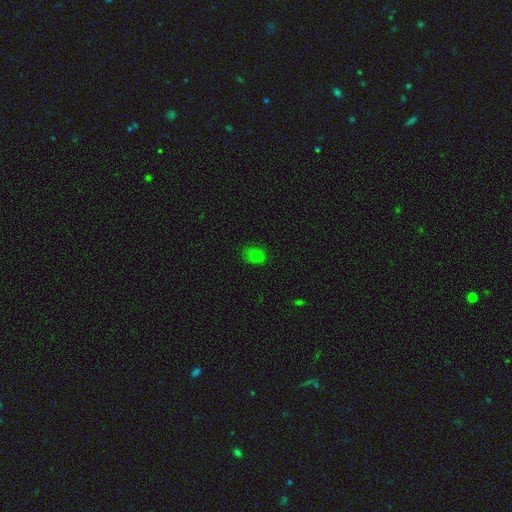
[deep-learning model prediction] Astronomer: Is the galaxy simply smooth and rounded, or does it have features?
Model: smooth — 79%.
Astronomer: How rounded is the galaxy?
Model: in between — 66%.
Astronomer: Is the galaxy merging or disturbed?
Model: none — 77%.